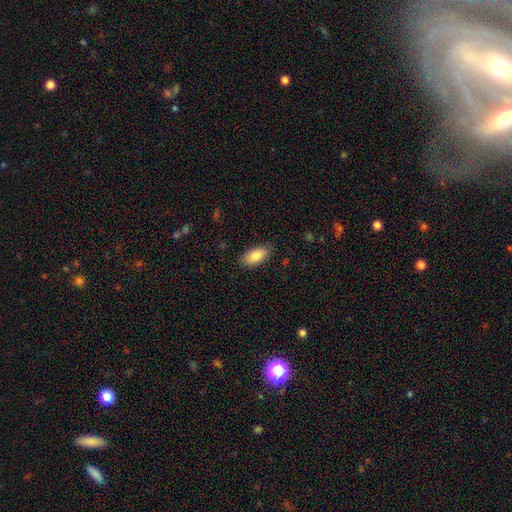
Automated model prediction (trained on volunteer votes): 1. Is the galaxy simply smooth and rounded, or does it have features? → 87% smooth, 6% featured or disk, 6% star or artifact.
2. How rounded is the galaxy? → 90% in between, 8% cigar-shaped, 2% round.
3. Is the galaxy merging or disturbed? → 85% none, 11% minor disturbance, 3% major disturbance, 1% merger.